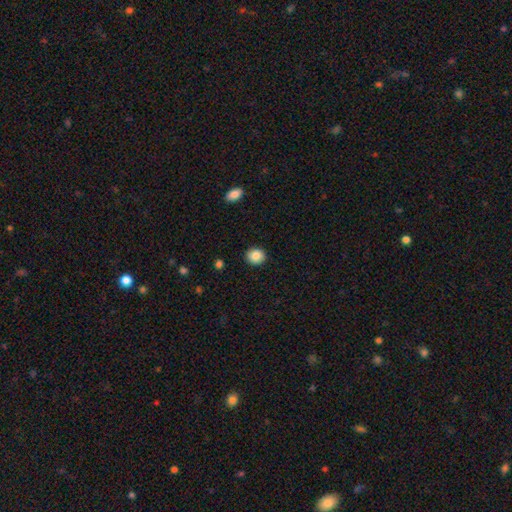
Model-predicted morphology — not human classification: smooth 86%, star or artifact 8%, featured or disk 5%. Down the decision tree: how rounded — round (79%); merging — none (91%).